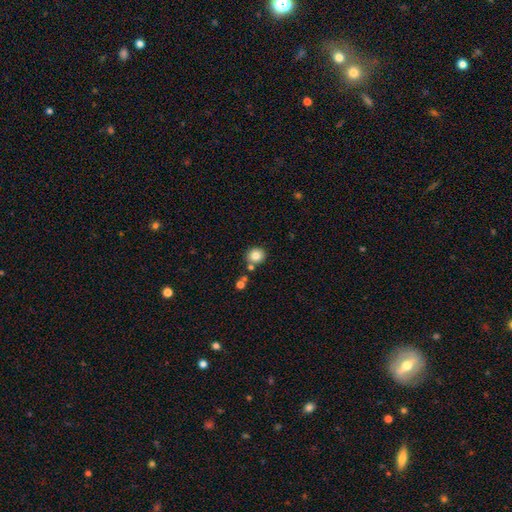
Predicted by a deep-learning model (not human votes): Smooth or featured? Predicted: smooth (p=0.83). How rounded? Predicted: round (p=0.85). Merging? Predicted: none (p=0.77).